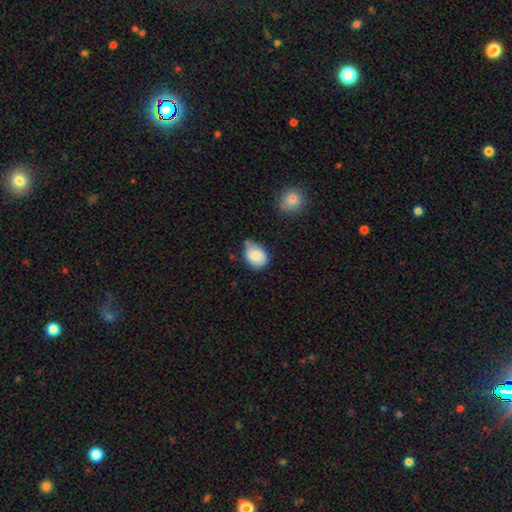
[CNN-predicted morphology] smooth-or-featured: smooth: 83% | featured or disk: 10% | star or artifact: 7%
  how-rounded: in between: 64% | round: 35% | cigar-shaped: 1%
  merging: none: 45% | minor disturbance: 41% | major disturbance: 8% | merger: 6%